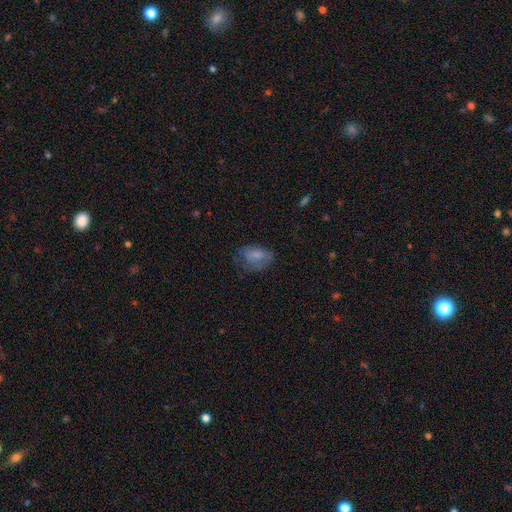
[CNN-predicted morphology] Smooth or featured? smooth (69%)
How rounded? in between (85%)
Merging? none (47%)